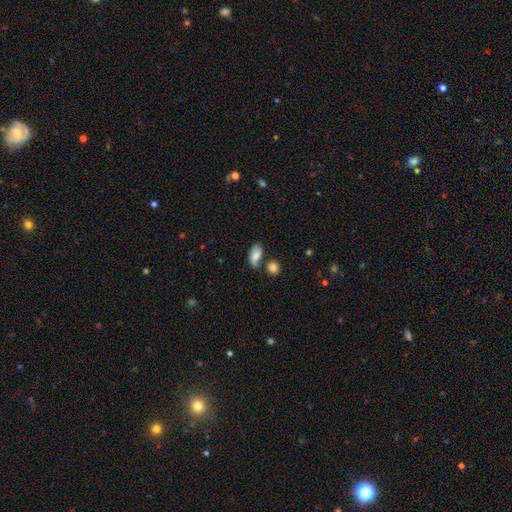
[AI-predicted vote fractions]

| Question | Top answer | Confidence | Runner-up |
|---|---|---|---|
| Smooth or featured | smooth | 79% | featured or disk (13%) |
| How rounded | in between | 89% | round (6%) |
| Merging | none | 52% | merger (21%) |